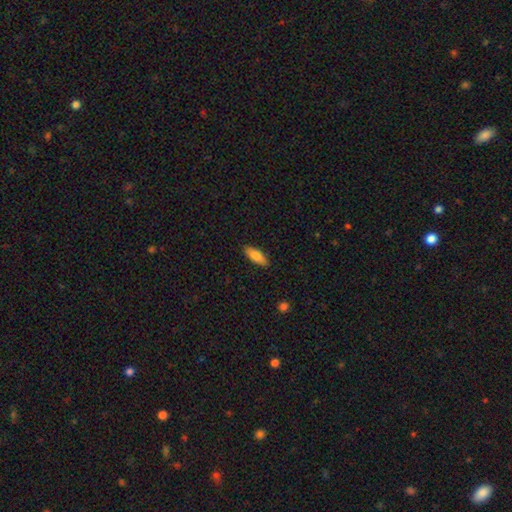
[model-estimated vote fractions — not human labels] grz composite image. It shows a smooth galaxy with no disk features (80%) that is in between round and cigar-shaped (67%). Merging: none (88%).